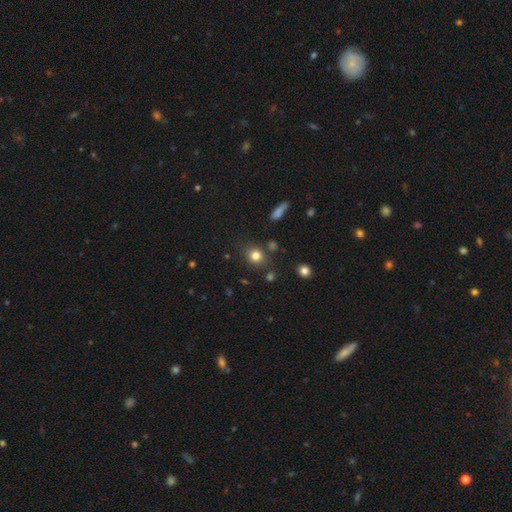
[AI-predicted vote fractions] smooth_or_featured: smooth (p=0.80) [alt: star or artifact p=0.13]
how_rounded: round (p=0.78) [alt: in between p=0.21]
merging: none (p=0.80) [alt: minor disturbance p=0.11]